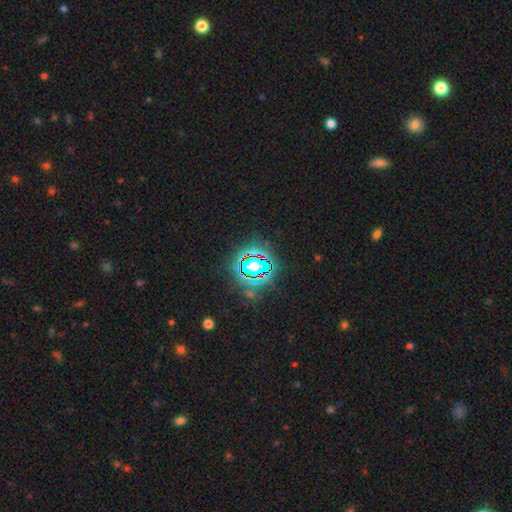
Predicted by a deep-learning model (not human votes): Overall: star or artifact (81%).